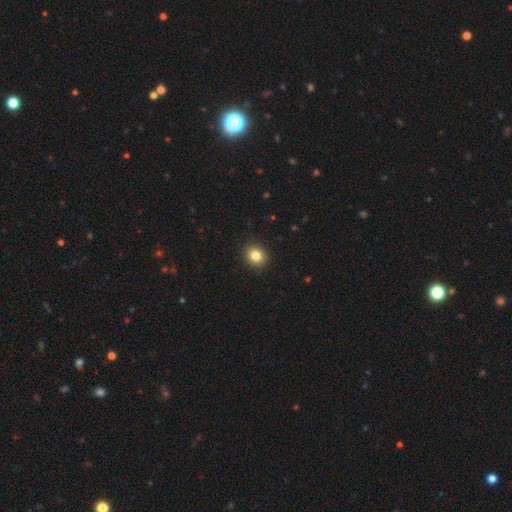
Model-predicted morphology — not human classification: This is clearly a smooth galaxy (83%). How rounded: likely round (78%). Merging: clearly none (92%).